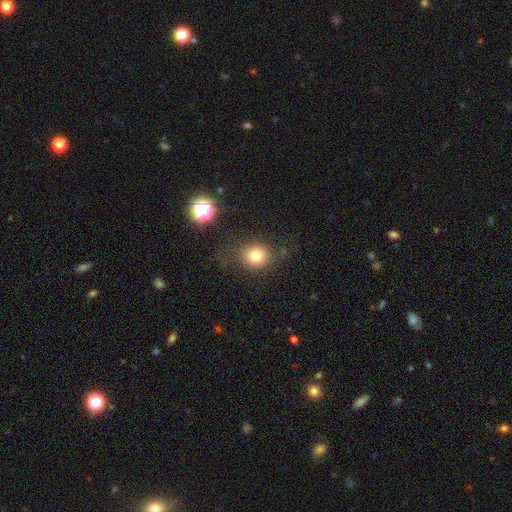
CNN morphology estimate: type=smooth (77%); roundness=round (80%); merging=none (75%).